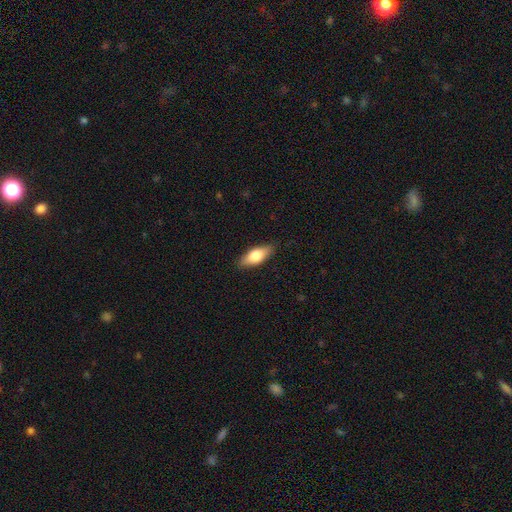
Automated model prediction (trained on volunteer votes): smooth_or_featured: smooth (p=0.70) [alt: featured or disk p=0.24]
how_rounded: in between (p=0.77) [alt: cigar-shaped p=0.20]
merging: none (p=0.87) [alt: minor disturbance p=0.10]